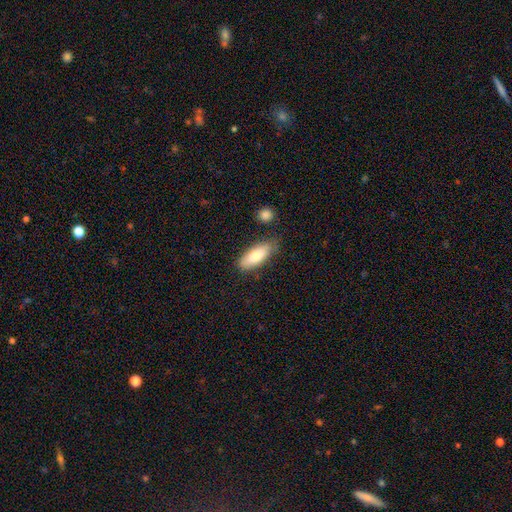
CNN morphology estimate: smooth-or-featured: smooth: 78% | featured or disk: 16% | star or artifact: 6%
  how-rounded: in between: 76% | cigar-shaped: 22% | round: 2%
  merging: none: 73% | minor disturbance: 19% | merger: 4% | major disturbance: 4%